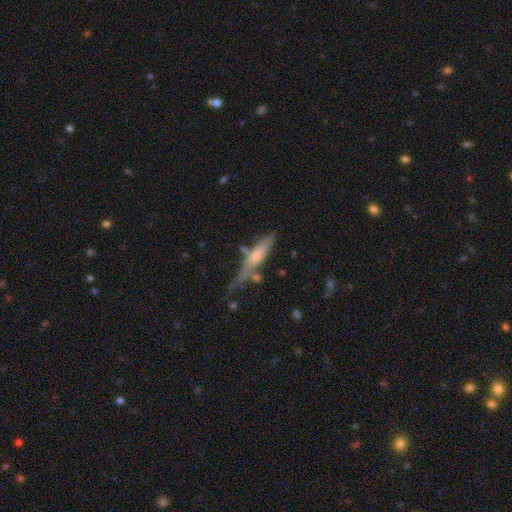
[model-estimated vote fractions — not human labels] smooth_or_featured: featured or disk (p=0.51) [alt: smooth p=0.42]
disk_edge_on: yes (p=0.85) [alt: no p=0.15]
merging: none (p=0.49) [alt: minor disturbance p=0.27]